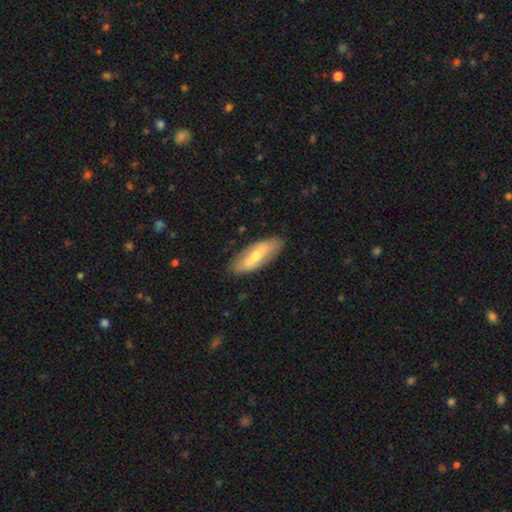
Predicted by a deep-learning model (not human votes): Smooth or featured?
  - smooth: 51% *
  - featured or disk: 43%
  - star or artifact: 6%
How rounded?
  - in between: 72% *
  - cigar-shaped: 26%
  - round: 2%
Merging?
  - none: 83% *
  - minor disturbance: 13%
  - major disturbance: 3%
  - merger: 1%